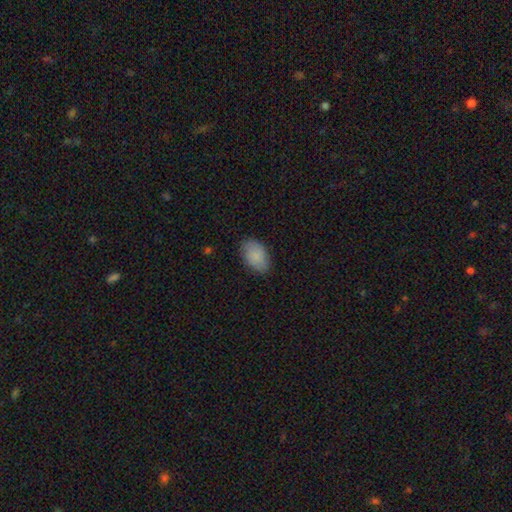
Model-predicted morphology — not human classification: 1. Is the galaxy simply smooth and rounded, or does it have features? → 86% smooth, 8% featured or disk, 7% star or artifact.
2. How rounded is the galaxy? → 91% in between, 8% round, 1% cigar-shaped.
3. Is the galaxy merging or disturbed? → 83% none, 13% minor disturbance, 3% major disturbance, 1% merger.